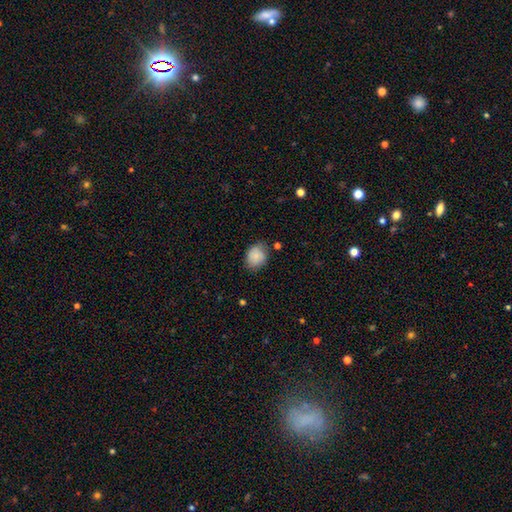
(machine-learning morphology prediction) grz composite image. It shows a smooth galaxy with no disk features (83%) that is round (51%). Merging: none (70%).